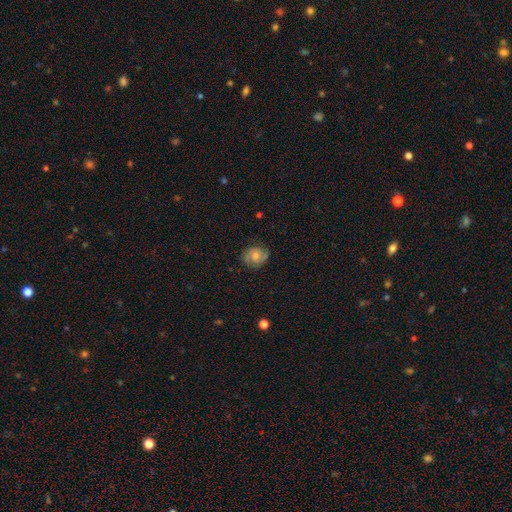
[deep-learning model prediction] Smooth or featured?
  - featured or disk: 50% *
  - smooth: 41%
  - star or artifact: 9%
Merging?
  - none: 76% *
  - minor disturbance: 18%
  - major disturbance: 5%
  - merger: 1%